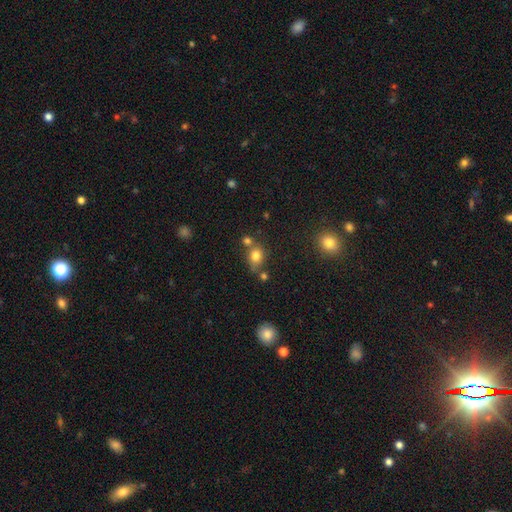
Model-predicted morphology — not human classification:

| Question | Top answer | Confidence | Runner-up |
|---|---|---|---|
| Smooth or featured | smooth | 79% | star or artifact (13%) |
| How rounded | round | 62% | in between (37%) |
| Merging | none | 57% | merger (23%) |